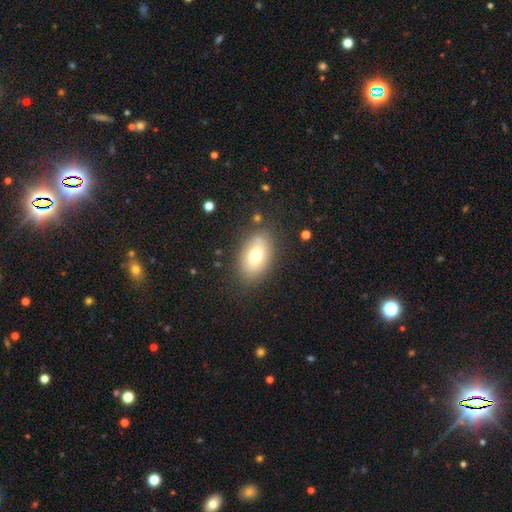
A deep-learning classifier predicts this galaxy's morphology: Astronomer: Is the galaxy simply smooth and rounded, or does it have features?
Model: smooth — 70%.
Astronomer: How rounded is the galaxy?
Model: in between — 87%.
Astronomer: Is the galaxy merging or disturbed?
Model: none — 79%.